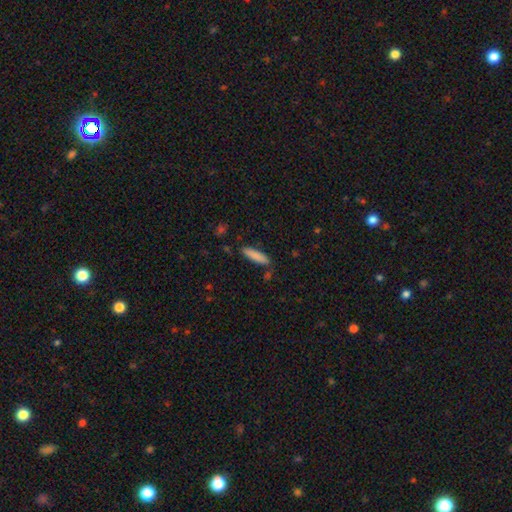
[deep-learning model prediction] The model was most divided on "how rounded": cigar-shaped: 72%, in between: 27%, round: 1%. More confident: smooth or featured — smooth (85%); merging — none (82%).